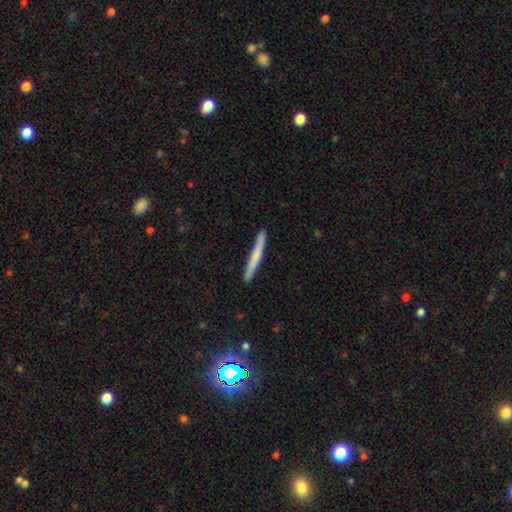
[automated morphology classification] type=smooth (64%); roundness=cigar-shaped (97%); merging=none (89%).